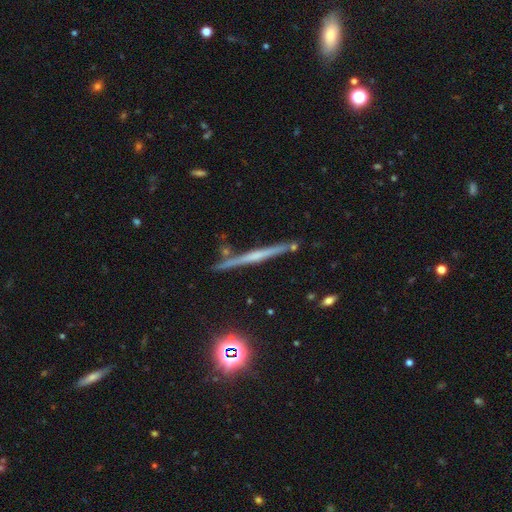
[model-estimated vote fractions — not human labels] featured or disk 67%, smooth 23%, star or artifact 11%. Down the decision tree: edge-on disk — yes (97%); edge-on bulge — none (52%); merging — none (86%).